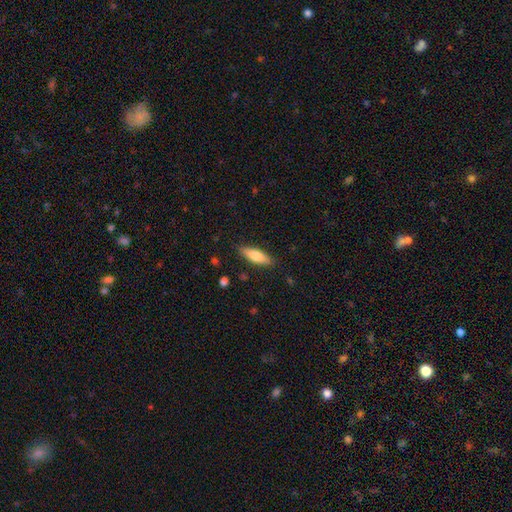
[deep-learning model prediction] This is likely a smooth galaxy (74%). How rounded: possibly in between (50%). Merging: clearly none (86%).